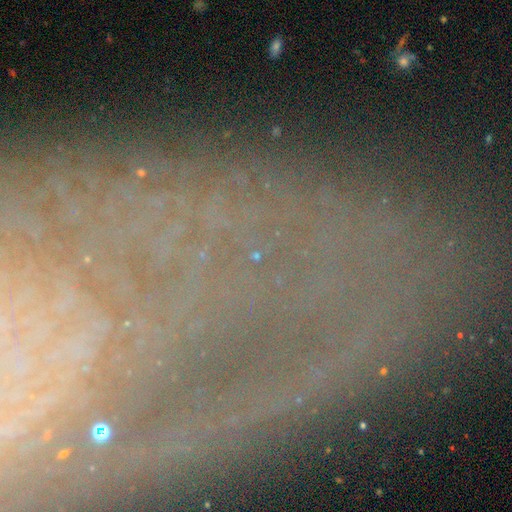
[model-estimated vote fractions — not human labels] This appears to be a star or artifact, not a galaxy (59%).